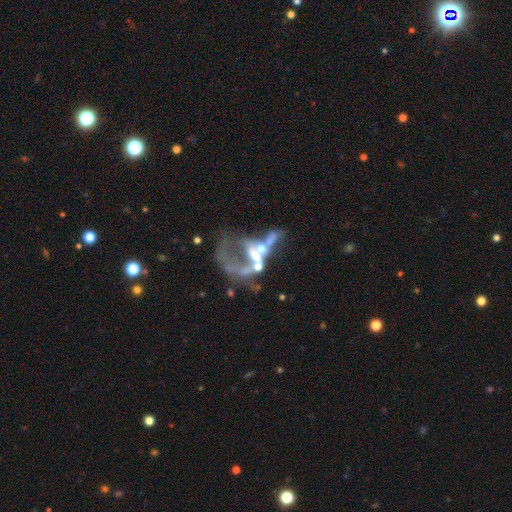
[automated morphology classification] Q: Smooth or featured?
A: featured or disk (66%); runner-up: star or artifact (18%)
Q: Edge-on disk?
A: no (95%); runner-up: yes (5%)
Q: Bar?
A: no (78%); runner-up: weak (14%)
Q: Spiral arms?
A: no (79%); runner-up: yes (21%)
Q: Bulge size?
A: none (38%); runner-up: moderate (29%)
Q: Merging?
A: merger (45%); runner-up: major disturbance (35%)